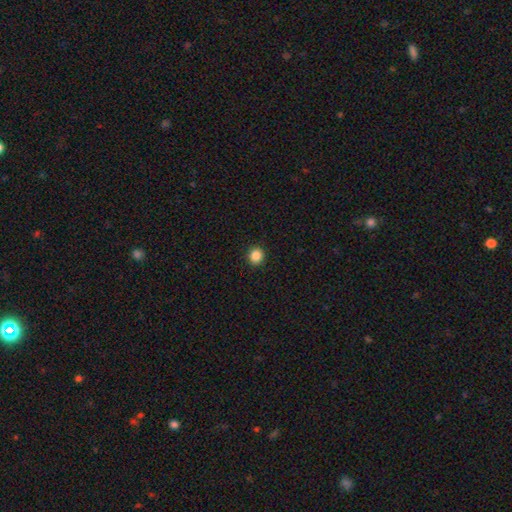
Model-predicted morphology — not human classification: A smooth galaxy with no disk features (86%) that is round (89%).

Vote fractions:
- Smooth or featured? smooth: 86% / star or artifact: 11% / featured or disk: 3%
- How rounded? round: 89% / in between: 10% / cigar-shaped: 1%
- Merging? none: 93% / minor disturbance: 5% / major disturbance: 2% / merger: 1%